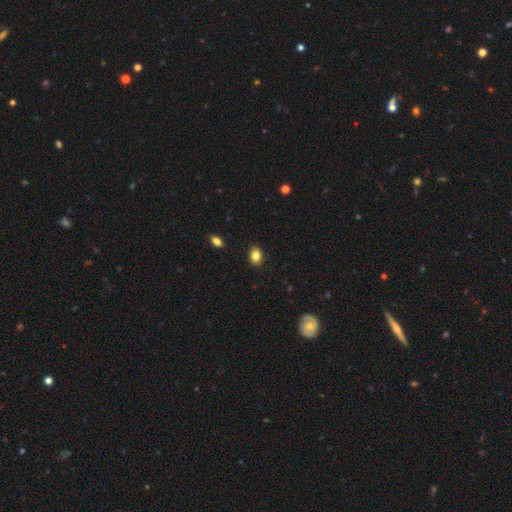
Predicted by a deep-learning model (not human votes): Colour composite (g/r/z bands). It shows a smooth galaxy with no disk features (84%) that is in between round and cigar-shaped (72%). Merging: none (90%).